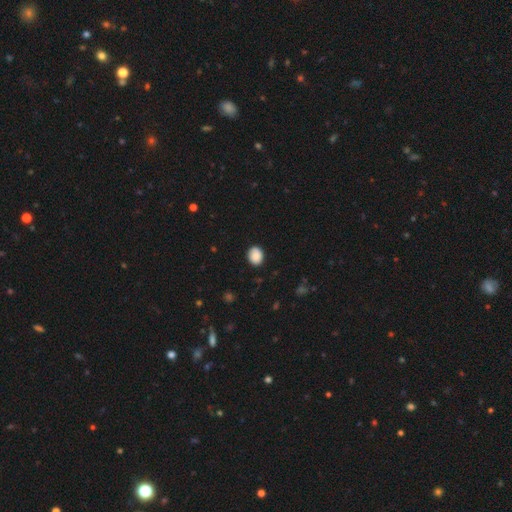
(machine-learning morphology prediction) Smooth or featured?
  - smooth: 88% *
  - star or artifact: 8%
  - featured or disk: 4%
How rounded?
  - round: 52% *
  - in between: 47%
  - cigar-shaped: 1%
Merging?
  - none: 86% *
  - minor disturbance: 11%
  - major disturbance: 2%
  - merger: 1%